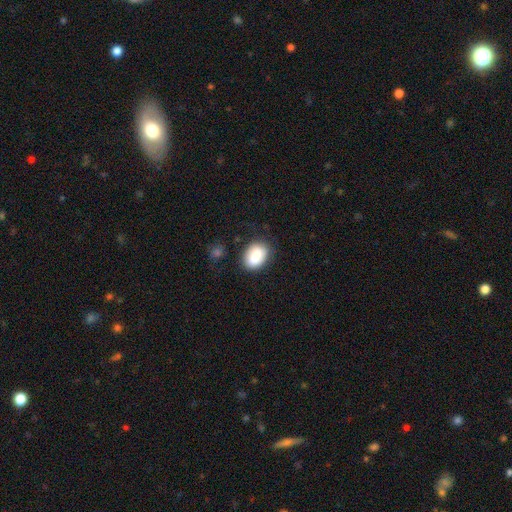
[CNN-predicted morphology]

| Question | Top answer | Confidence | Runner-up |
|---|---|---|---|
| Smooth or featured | smooth | 84% | featured or disk (9%) |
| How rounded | in between | 77% | round (21%) |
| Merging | none | 77% | minor disturbance (16%) |